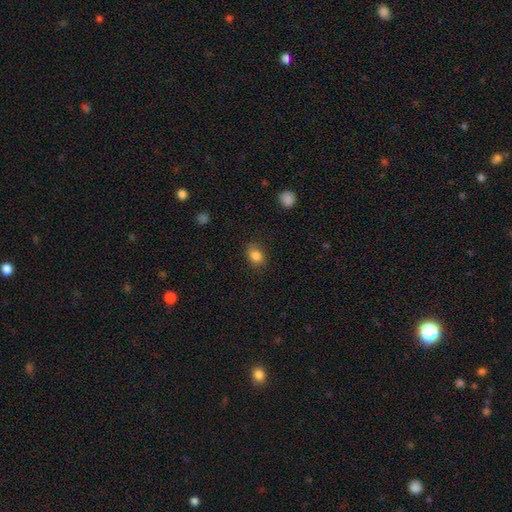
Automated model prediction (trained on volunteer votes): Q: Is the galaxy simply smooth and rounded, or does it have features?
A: smooth — 85%.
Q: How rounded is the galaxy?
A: in between — 65%.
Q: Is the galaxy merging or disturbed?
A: none — 82%.